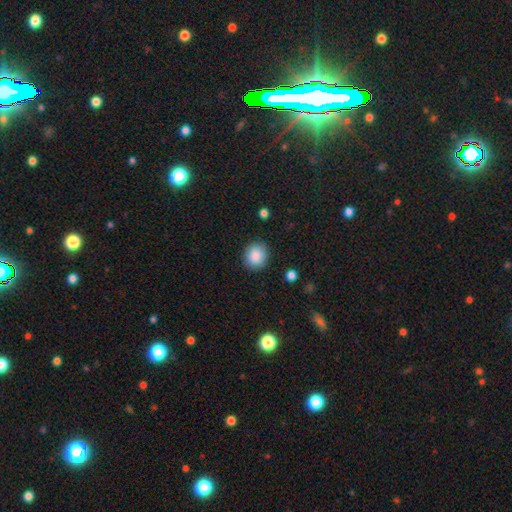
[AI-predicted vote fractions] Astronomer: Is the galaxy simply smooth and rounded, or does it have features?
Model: smooth — 88%.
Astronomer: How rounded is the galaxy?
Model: round — 78%.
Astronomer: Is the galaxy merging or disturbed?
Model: none — 87%.